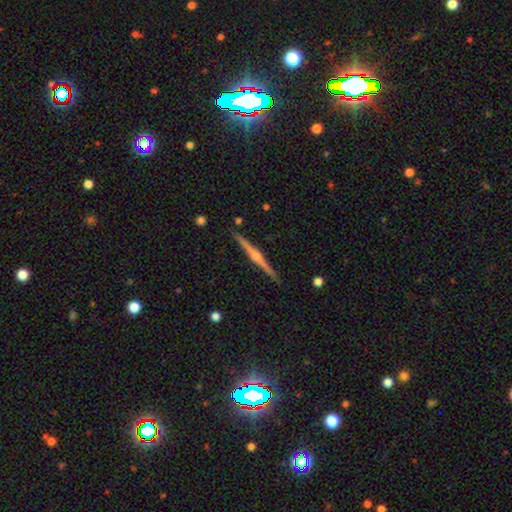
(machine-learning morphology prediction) smooth_or_featured: featured or disk (p=0.84) [alt: smooth p=0.11]
disk_edge_on: yes (p=0.99) [alt: no p=0.01]
edge_on_bulge: rounded (p=0.91) [alt: none p=0.05]
merging: none (p=0.92) [alt: minor disturbance p=0.06]